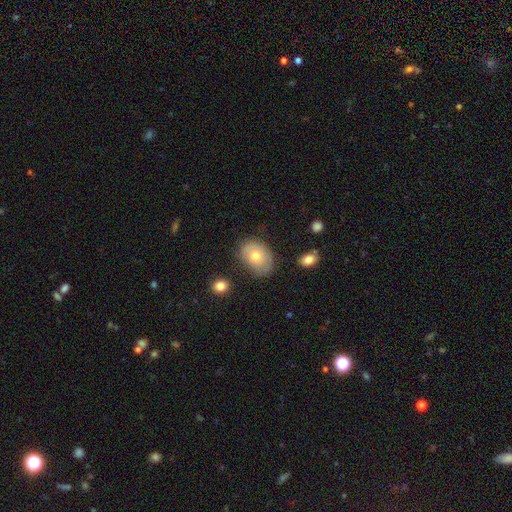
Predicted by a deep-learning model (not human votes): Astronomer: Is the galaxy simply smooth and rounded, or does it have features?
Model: smooth — 63%.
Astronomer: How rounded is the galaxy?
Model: in between — 73%.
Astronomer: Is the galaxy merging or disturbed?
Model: none — 69%.